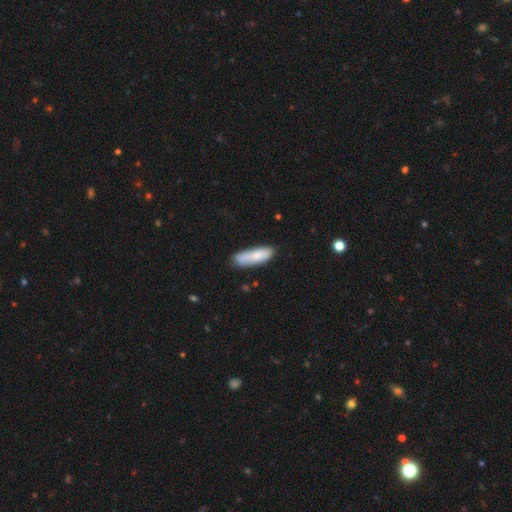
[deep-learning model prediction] Smooth or featured?
  - smooth: 78% *
  - featured or disk: 16%
  - star or artifact: 6%
How rounded?
  - in between: 50% *
  - cigar-shaped: 49%
  - round: 2%
Merging?
  - none: 70% *
  - minor disturbance: 21%
  - merger: 4%
  - major disturbance: 4%